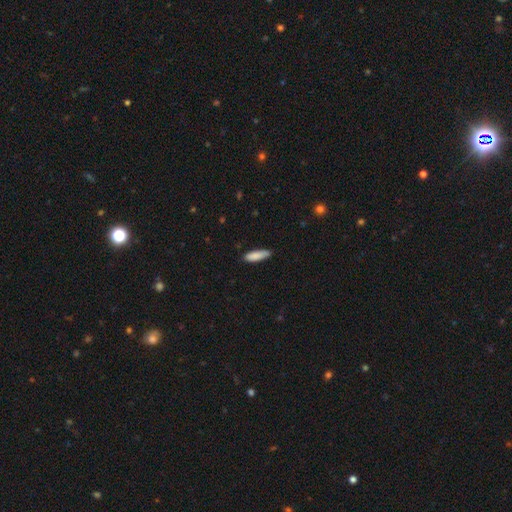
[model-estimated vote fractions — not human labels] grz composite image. It shows a smooth galaxy with no disk features (87%) that is cigar-shaped (62%). Merging: none (79%).